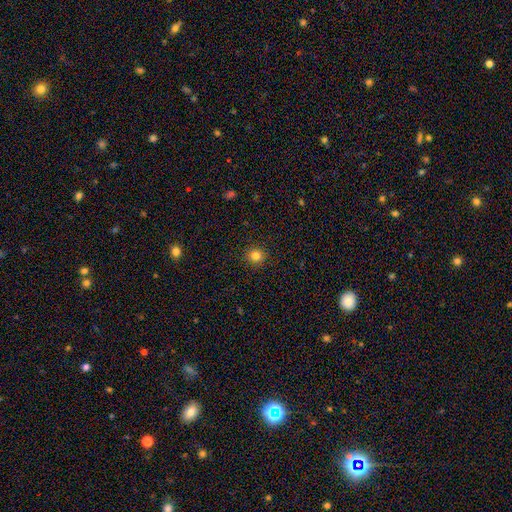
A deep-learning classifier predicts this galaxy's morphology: Smooth or featured? Predicted: smooth (p=0.83). How rounded? Predicted: round (p=0.92). Merging? Predicted: none (p=0.92).